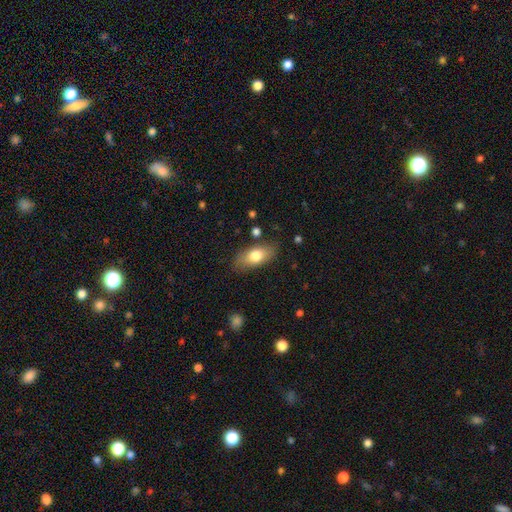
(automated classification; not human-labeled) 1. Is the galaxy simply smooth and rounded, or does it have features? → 74% smooth, 19% featured or disk, 7% star or artifact.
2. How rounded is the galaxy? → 86% in between, 10% cigar-shaped, 5% round.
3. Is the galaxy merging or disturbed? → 80% none, 15% minor disturbance, 4% major disturbance, 2% merger.